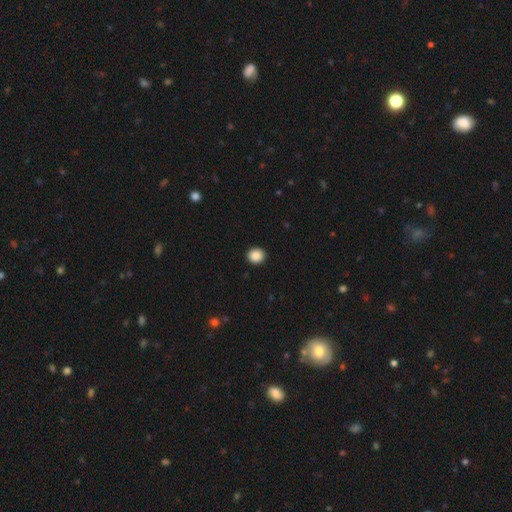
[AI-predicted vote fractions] Smooth or featured? Predicted: smooth (p=0.88). How rounded? Predicted: round (p=0.86). Merging? Predicted: none (p=0.93).